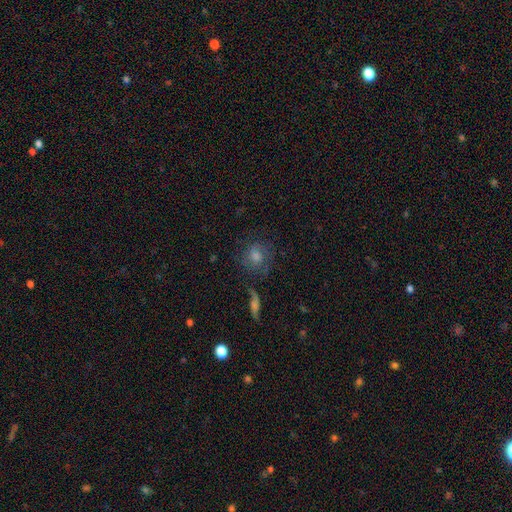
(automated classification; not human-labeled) Q: Smooth or featured?
A: smooth (46%); runner-up: featured or disk (32%)
Q: Merging?
A: none (72%); runner-up: minor disturbance (15%)